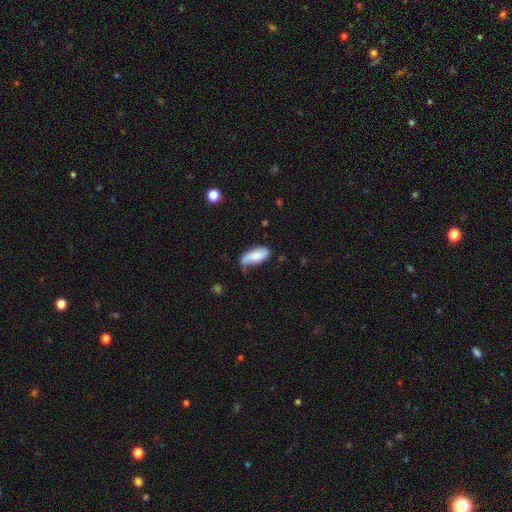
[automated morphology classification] smooth-or-featured: smooth: 82% | featured or disk: 12% | star or artifact: 6%
  how-rounded: in between: 81% | cigar-shaped: 17% | round: 2%
  merging: none: 56% | minor disturbance: 34% | major disturbance: 7% | merger: 3%